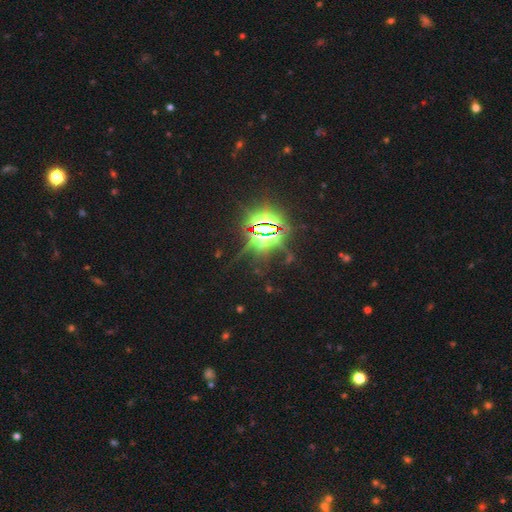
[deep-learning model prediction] Smooth or featured: star or artifact — 85% (smooth — 8%)